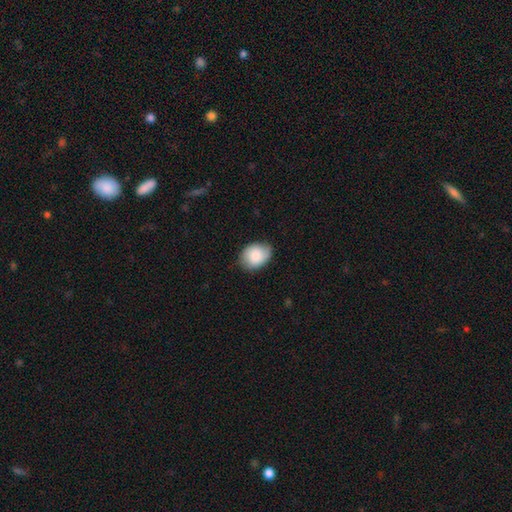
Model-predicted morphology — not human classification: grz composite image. It shows a smooth galaxy with no disk features (82%) that is in between round and cigar-shaped (64%). Merging: none (75%).